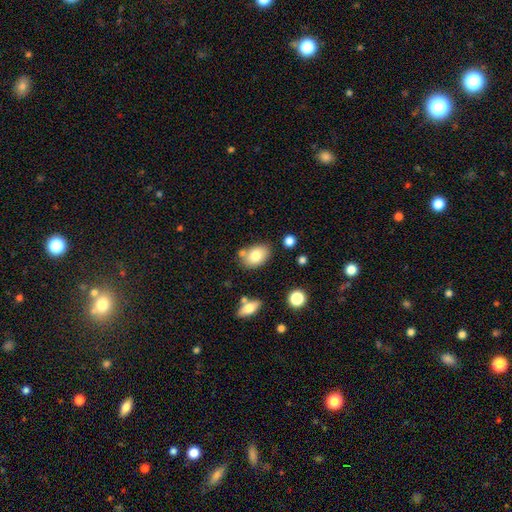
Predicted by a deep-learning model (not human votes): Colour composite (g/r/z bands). It shows a smooth galaxy with no disk features (78%) that is in between round and cigar-shaped (84%). Merging: none (69%).